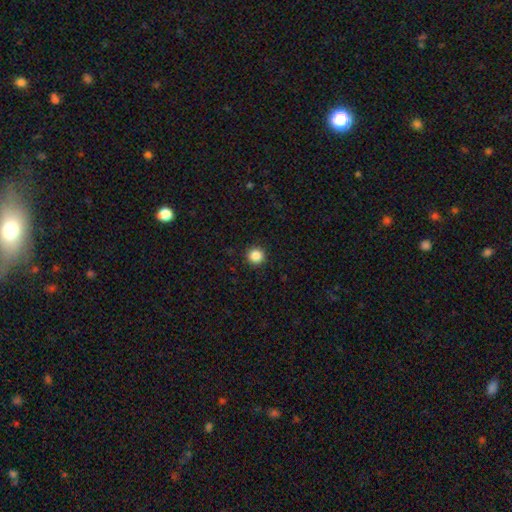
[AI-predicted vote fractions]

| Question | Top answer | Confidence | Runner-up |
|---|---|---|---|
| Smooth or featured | smooth | 87% | star or artifact (10%) |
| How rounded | round | 95% | in between (4%) |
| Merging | none | 93% | minor disturbance (4%) |